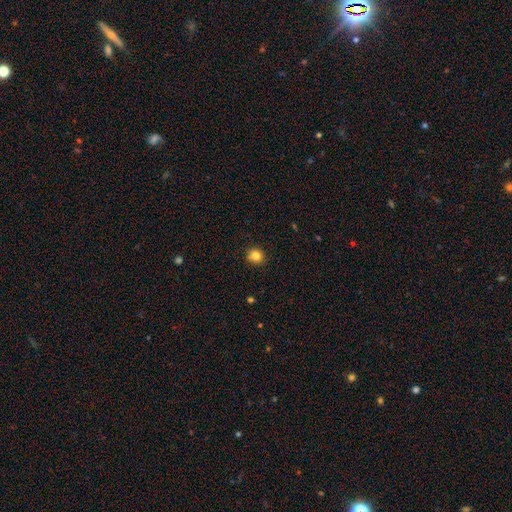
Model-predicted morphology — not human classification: The model was most divided on "how rounded": round: 82%, in between: 17%, cigar-shaped: 1%. More confident: merging — none (83%); smooth or featured — smooth (83%).